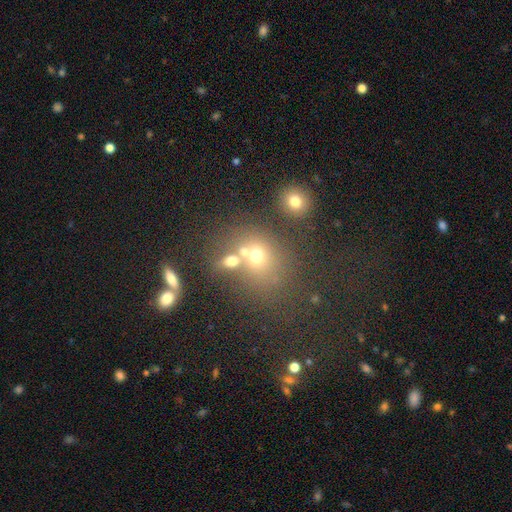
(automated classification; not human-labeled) A smooth galaxy with no disk features (60%) that is round (65%).

Vote fractions:
- Smooth or featured? smooth: 60% / star or artifact: 23% / featured or disk: 17%
- How rounded? round: 65% / in between: 33% / cigar-shaped: 1%
- Merging? none: 46% / merger: 36% / minor disturbance: 11% / major disturbance: 7%